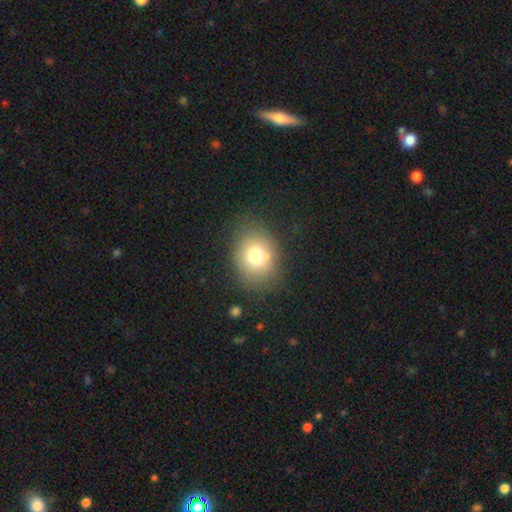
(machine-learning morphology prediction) Smooth or featured? Predicted: smooth (p=0.74). How rounded? Predicted: round (p=0.54). Merging? Predicted: none (p=0.74).